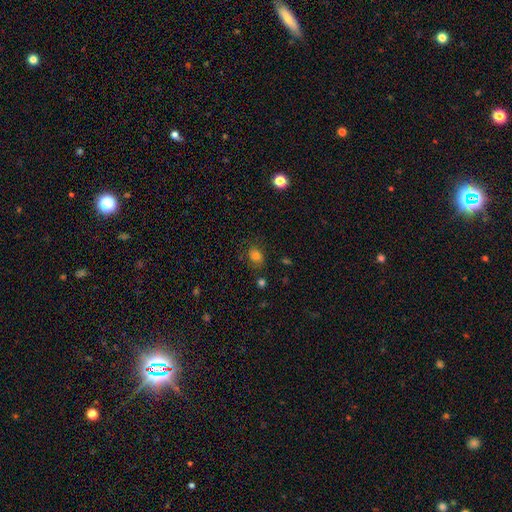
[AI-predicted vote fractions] This is likely a smooth galaxy (79%). How rounded: possibly in between (59%). Merging: likely none (73%).